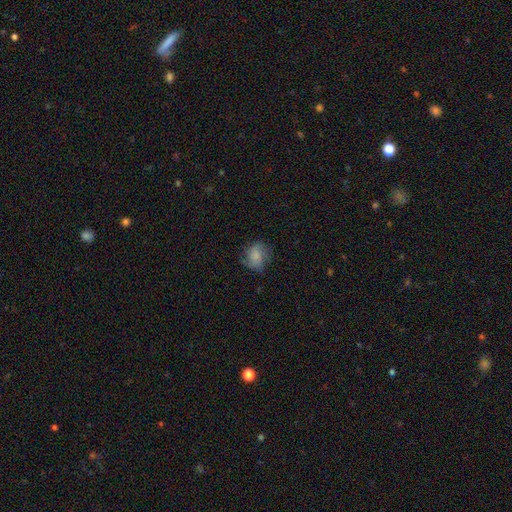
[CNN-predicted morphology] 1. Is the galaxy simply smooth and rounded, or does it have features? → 69% smooth, 22% featured or disk, 9% star or artifact.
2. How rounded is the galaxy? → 64% round, 34% in between, 1% cigar-shaped.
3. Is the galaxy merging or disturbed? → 63% none, 25% minor disturbance, 10% major disturbance, 1% merger.